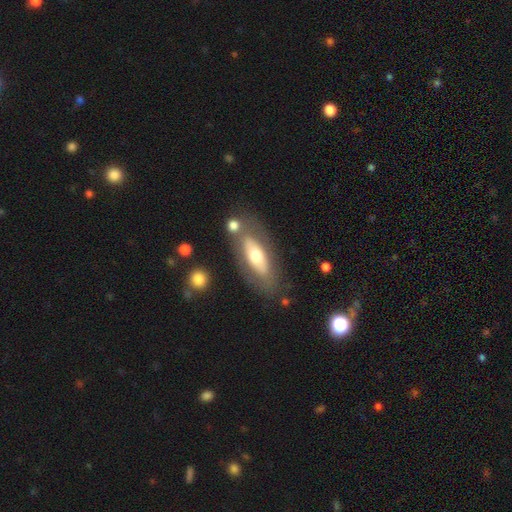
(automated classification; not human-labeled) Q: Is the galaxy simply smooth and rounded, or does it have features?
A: smooth — 47%, tied with featured or disk.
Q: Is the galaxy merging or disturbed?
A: none — 73%.